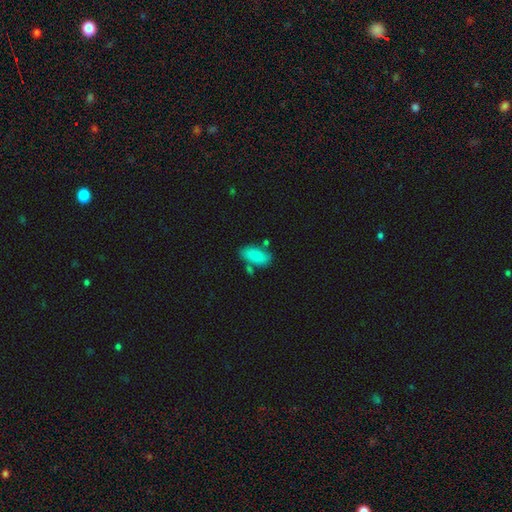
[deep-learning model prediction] Smooth or featured? Predicted: smooth (p=0.85). How rounded? Predicted: in between (p=0.90). Merging? Predicted: none (p=0.68).